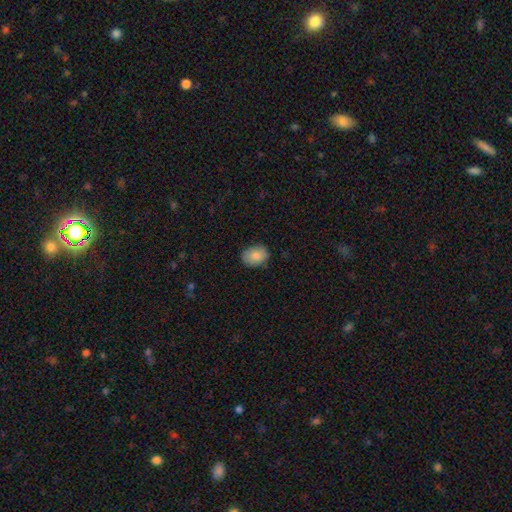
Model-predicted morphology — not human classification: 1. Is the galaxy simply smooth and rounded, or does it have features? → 85% smooth, 8% featured or disk, 7% star or artifact.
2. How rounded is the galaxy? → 69% in between, 30% round, 1% cigar-shaped.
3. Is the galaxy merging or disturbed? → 83% none, 13% minor disturbance, 3% major disturbance, 1% merger.